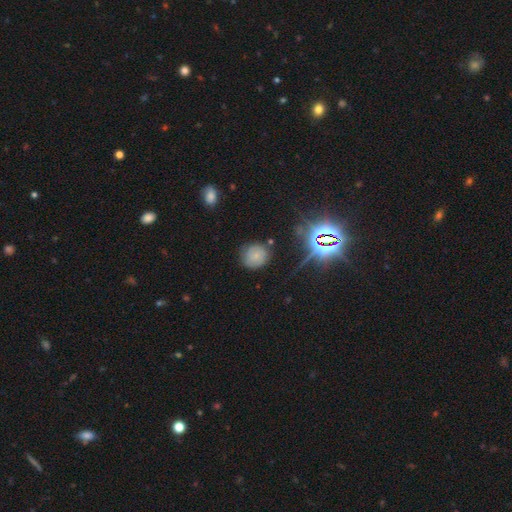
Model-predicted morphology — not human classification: The model was most divided on "smooth or featured": smooth: 63%, featured or disk: 20%, star or artifact: 17%. More confident: how rounded — round (80%); merging — none (77%).